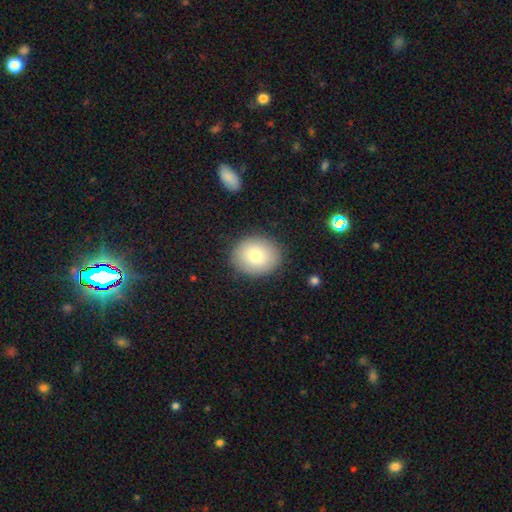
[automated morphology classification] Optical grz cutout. It shows a smooth galaxy with no disk features (78%) that is round (56%). Merging: none (87%).